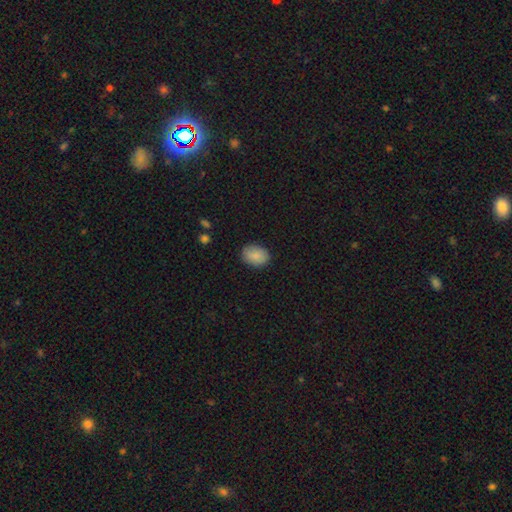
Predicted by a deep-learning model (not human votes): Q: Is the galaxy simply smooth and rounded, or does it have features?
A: smooth — 88%.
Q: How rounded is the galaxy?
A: in between — 73%.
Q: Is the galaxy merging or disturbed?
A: none — 87%.